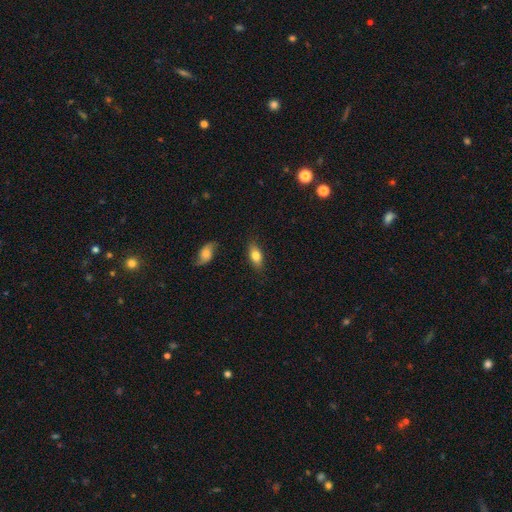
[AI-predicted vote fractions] smooth_or_featured: smooth (p=0.78) [alt: featured or disk p=0.15]
how_rounded: in between (p=0.87) [alt: cigar-shaped p=0.09]
merging: none (p=0.83) [alt: minor disturbance p=0.12]